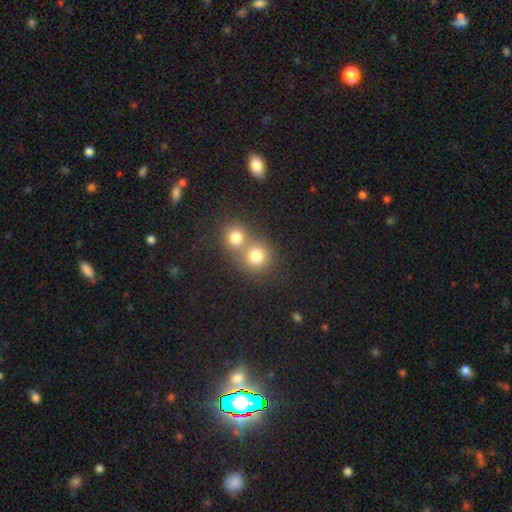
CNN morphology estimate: A smooth galaxy with no disk features (77%) that is round (86%). Merging: merger (55%).